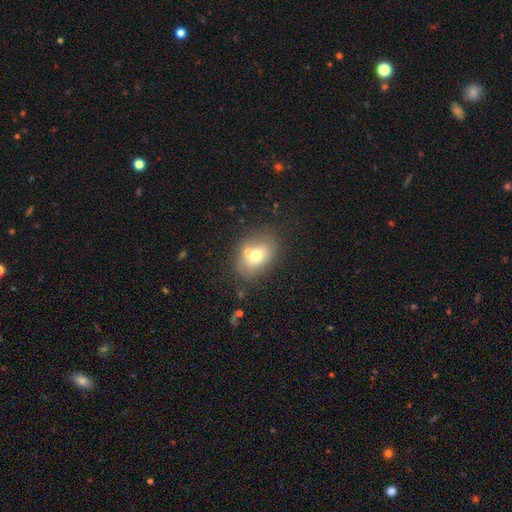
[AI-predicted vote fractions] The model was most divided on "merging": none: 53%, merger: 25%, minor disturbance: 17%, major disturbance: 6%. More confident: how rounded — in between (73%); smooth or featured — smooth (66%).